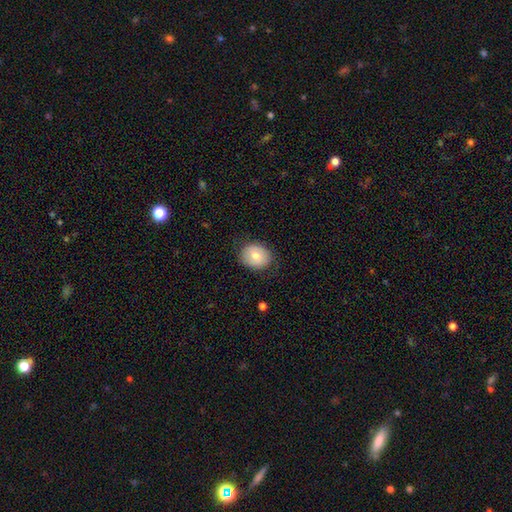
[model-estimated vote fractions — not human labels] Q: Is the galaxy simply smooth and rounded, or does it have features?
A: smooth — 70%.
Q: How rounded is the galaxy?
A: round — 58%.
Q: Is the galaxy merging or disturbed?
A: none — 81%.